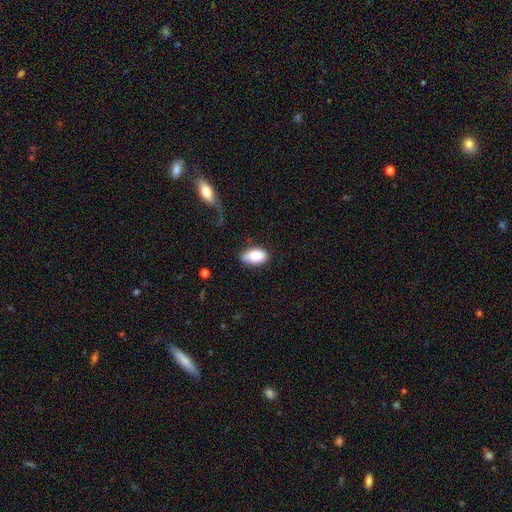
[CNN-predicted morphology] smooth 82%, featured or disk 11%, star or artifact 7%. Down the decision tree: how rounded — in between (92%); merging — none (63%).